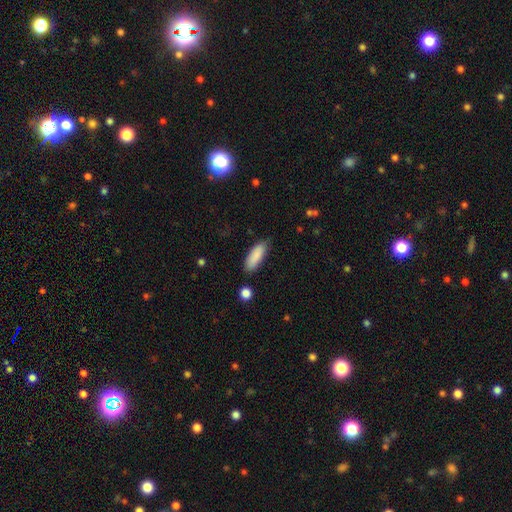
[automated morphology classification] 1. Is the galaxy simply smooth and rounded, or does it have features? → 88% smooth, 6% featured or disk, 6% star or artifact.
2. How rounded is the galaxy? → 65% in between, 33% cigar-shaped, 2% round.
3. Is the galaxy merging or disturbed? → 81% none, 14% minor disturbance, 3% major disturbance, 2% merger.